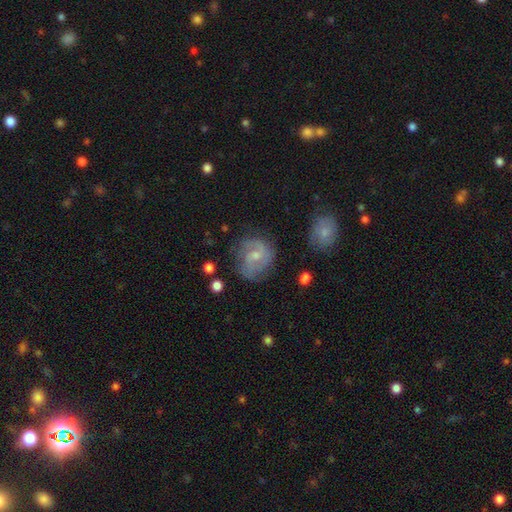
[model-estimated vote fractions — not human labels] Smooth or featured?
  - featured or disk: 71% *
  - smooth: 22%
  - star or artifact: 7%
Edge-on disk?
  - no: 98% *
  - yes: 2%
Bar?
  - no: 48% *
  - weak: 45%
  - strong: 7%
Spiral arms?
  - yes: 90% *
  - no: 10%
Spiral winding?
  - medium: 47% *
  - tight: 35%
  - loose: 18%
Spiral arm count?
  - 2: 65% *
  - can't tell: 18%
  - 3: 9%
  - 1: 5%
  - 4: 2%
  - more than 4: 2%
Bulge size?
  - small: 50% *
  - moderate: 42%
  - none: 5%
  - large: 2%
  - dominant: 1%
Merging?
  - none: 70% *
  - minor disturbance: 19%
  - major disturbance: 9%
  - merger: 2%